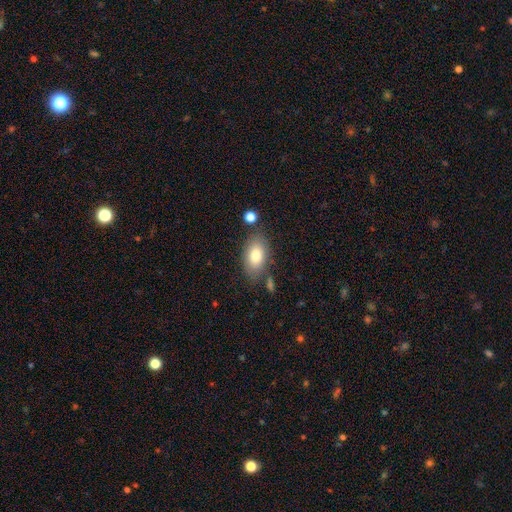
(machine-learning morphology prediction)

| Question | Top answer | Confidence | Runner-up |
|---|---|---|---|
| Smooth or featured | smooth | 81% | featured or disk (12%) |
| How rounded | in between | 92% | round (6%) |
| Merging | none | 74% | minor disturbance (16%) |